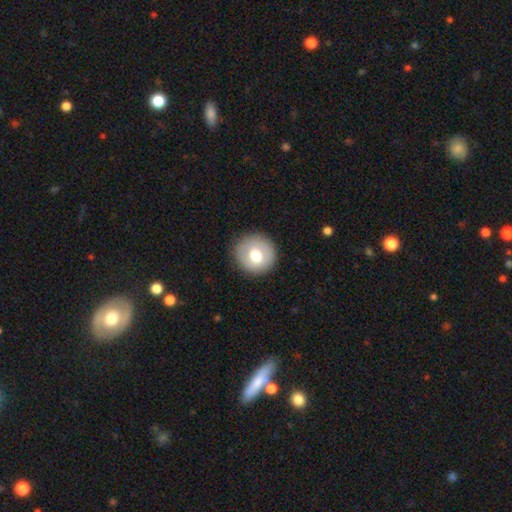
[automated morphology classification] Smooth or featured? Predicted: smooth (p=0.70). How rounded? Predicted: round (p=0.92). Merging? Predicted: none (p=0.89).